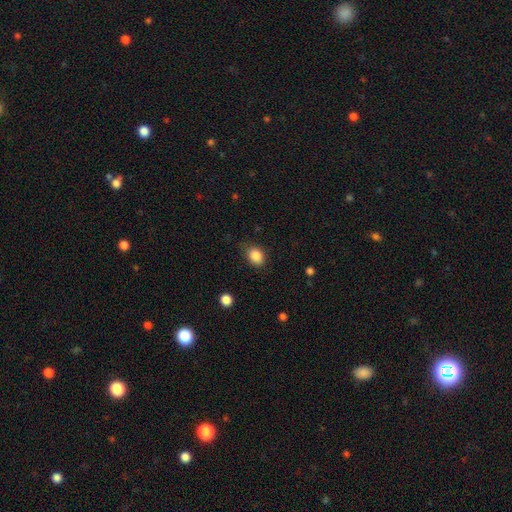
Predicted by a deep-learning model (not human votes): A smooth galaxy with no disk features (86%) that is in between round and cigar-shaped (57%).

Vote fractions:
- Smooth or featured? smooth: 86% / star or artifact: 9% / featured or disk: 5%
- How rounded? in between: 57% / round: 42% / cigar-shaped: 1%
- Merging? none: 74% / minor disturbance: 20% / major disturbance: 4% / merger: 1%